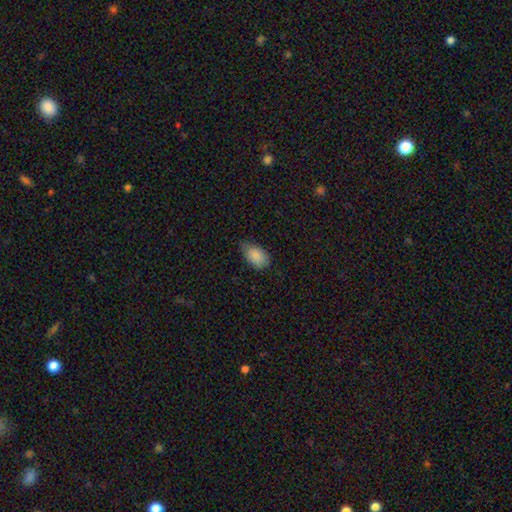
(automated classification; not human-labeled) A smooth galaxy with no disk features (87%) that is in between round and cigar-shaped (90%).

Vote fractions:
- Smooth or featured? smooth: 87% / star or artifact: 7% / featured or disk: 6%
- How rounded? in between: 90% / round: 8% / cigar-shaped: 1%
- Merging? none: 58% / minor disturbance: 36% / major disturbance: 5% / merger: 1%